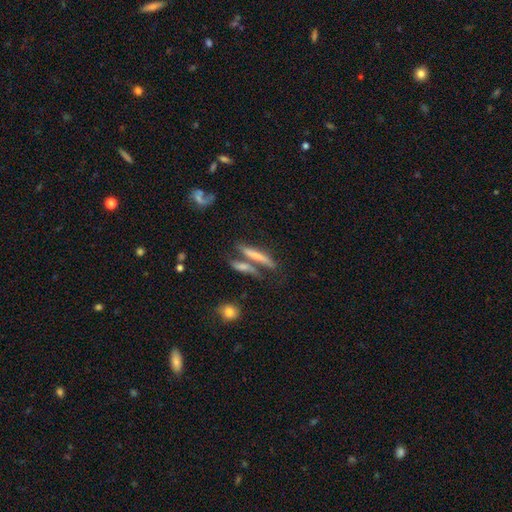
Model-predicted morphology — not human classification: The model was most divided on "smooth or featured": smooth: 48%, featured or disk: 42%, star or artifact: 11%. More confident: merging — none (57%).